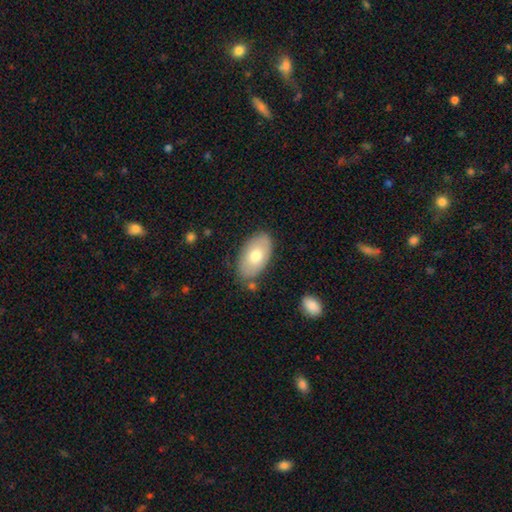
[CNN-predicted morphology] This appears to be a smooth galaxy with no disk features (71%) that is in between round and cigar-shaped (94%). Merging: none (78%).